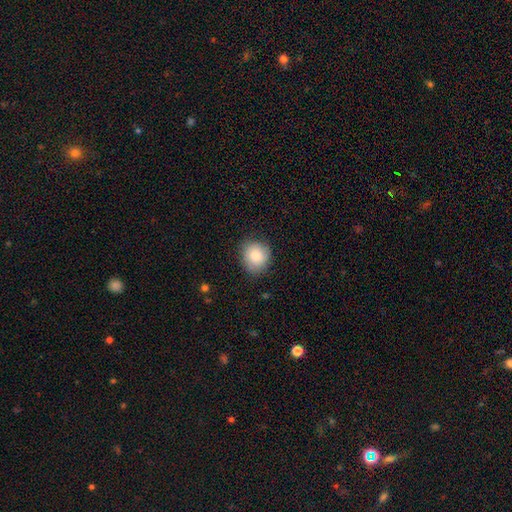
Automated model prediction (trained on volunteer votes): Q: Smooth or featured?
A: smooth (84%); runner-up: star or artifact (8%)
Q: How rounded?
A: round (79%); runner-up: in between (20%)
Q: Merging?
A: none (82%); runner-up: minor disturbance (14%)